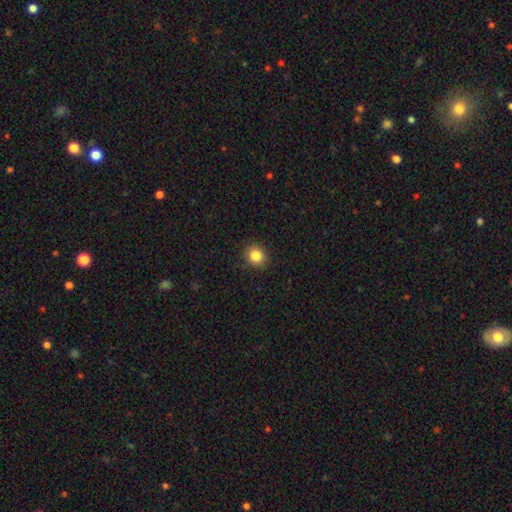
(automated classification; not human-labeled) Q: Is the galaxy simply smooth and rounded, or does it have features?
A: smooth — 85%.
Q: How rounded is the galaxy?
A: round — 78%.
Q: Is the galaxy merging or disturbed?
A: none — 89%.